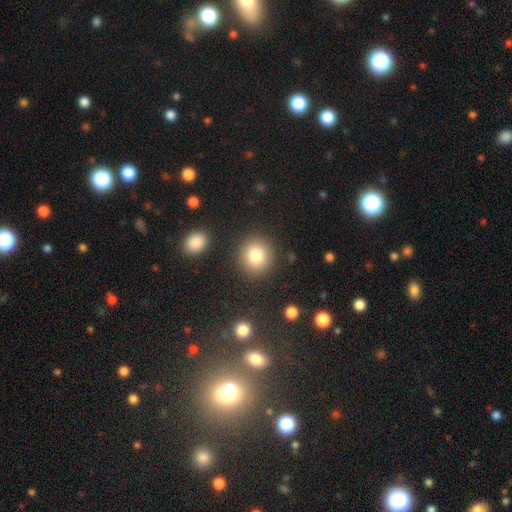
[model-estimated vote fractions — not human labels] The model was most divided on "smooth or featured": smooth: 82%, star or artifact: 11%, featured or disk: 8%. More confident: how rounded — round (89%); merging — none (87%).